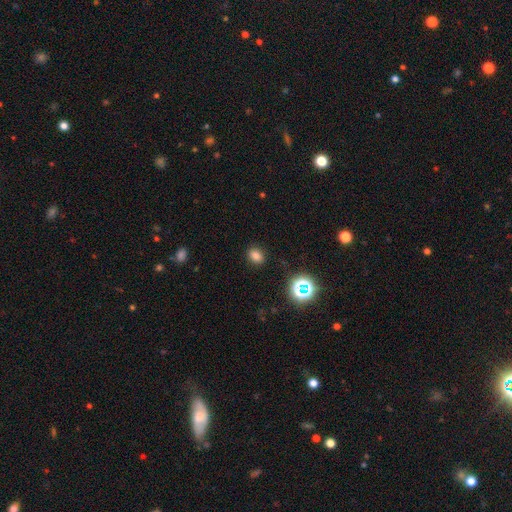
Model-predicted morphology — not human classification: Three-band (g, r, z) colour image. It shows a smooth galaxy with no disk features (76%) that is in between round and cigar-shaped (57%). Merging: none (88%).